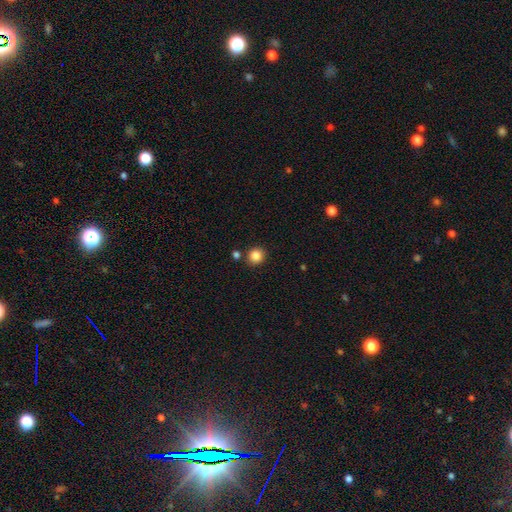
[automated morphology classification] Smooth or featured: smooth — 85% (star or artifact — 11%)
How rounded: round — 88% (in between — 11%)
Merging: none — 85% (minor disturbance — 7%)